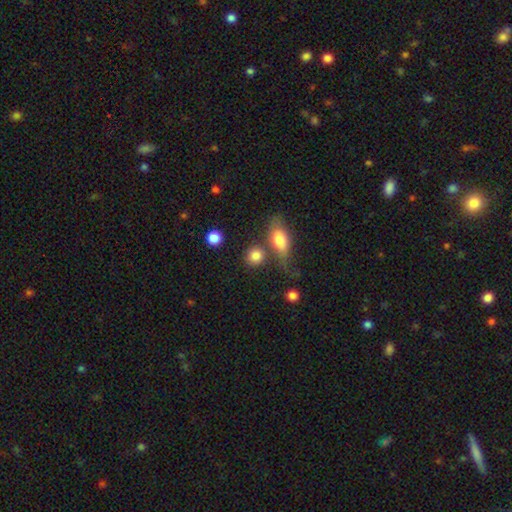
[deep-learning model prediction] Q: Smooth or featured?
A: smooth (84%); runner-up: star or artifact (9%)
Q: How rounded?
A: round (77%); runner-up: in between (21%)
Q: Merging?
A: none (67%); runner-up: merger (17%)